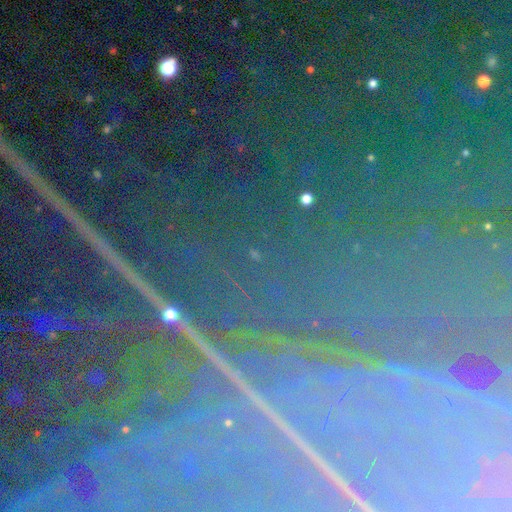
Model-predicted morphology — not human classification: The model was most divided on "smooth or featured": star or artifact: 83%, featured or disk: 9%, smooth: 8%.